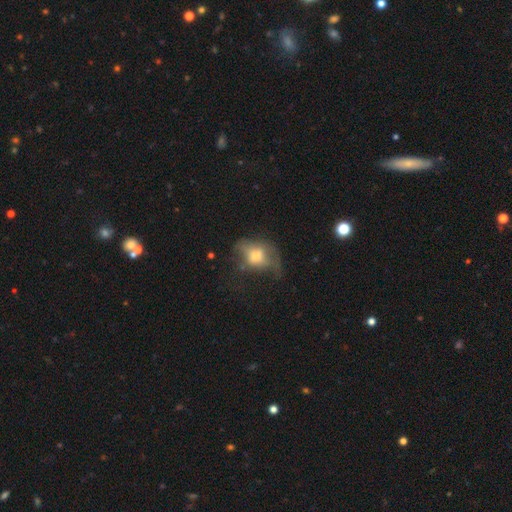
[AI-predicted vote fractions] This is possibly a smooth galaxy (55%). How rounded: likely in between (64%). Merging: marginally major disturbance (35%).